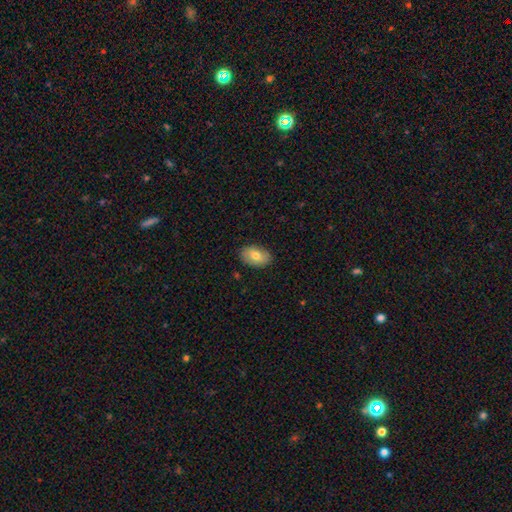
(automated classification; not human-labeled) A smooth galaxy with no disk features (73%) that is in between round and cigar-shaped (88%). Merging: none (86%).